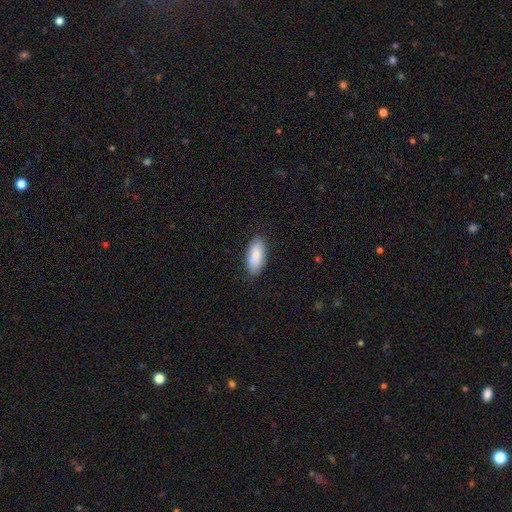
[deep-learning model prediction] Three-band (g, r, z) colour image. It shows a smooth galaxy with no disk features (79%) that is in between round and cigar-shaped (87%). Merging: none (81%).